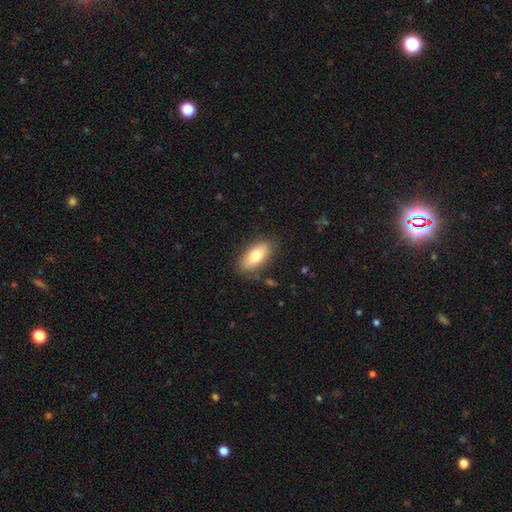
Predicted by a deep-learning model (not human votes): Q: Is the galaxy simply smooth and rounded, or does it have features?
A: smooth — 74%.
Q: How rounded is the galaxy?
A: in between — 88%.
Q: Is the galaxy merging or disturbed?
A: none — 84%.